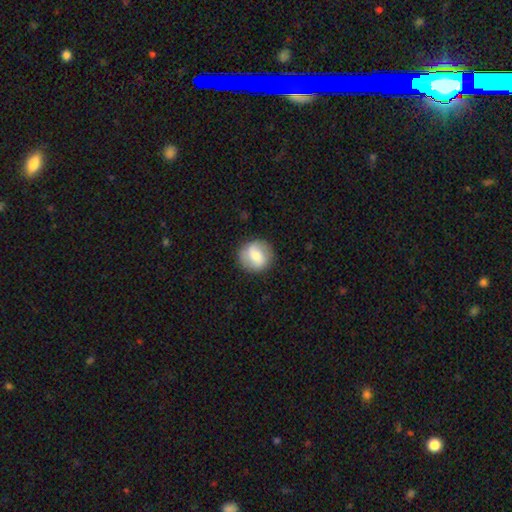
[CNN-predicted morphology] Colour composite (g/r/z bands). It shows a smooth galaxy with no disk features (55%) that is round (88%). Merging: none (86%).